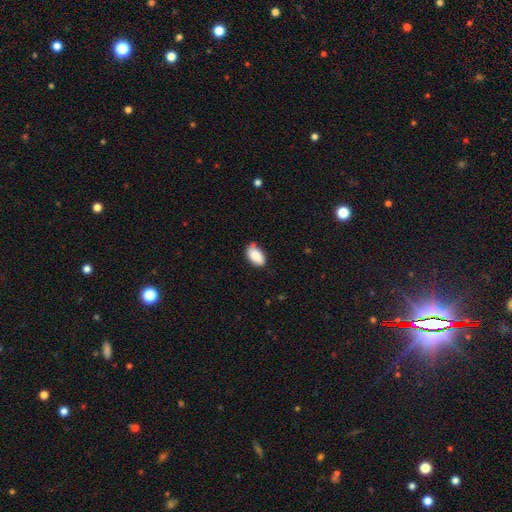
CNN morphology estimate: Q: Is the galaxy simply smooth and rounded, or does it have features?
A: smooth — 86%.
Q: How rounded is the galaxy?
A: in between — 94%.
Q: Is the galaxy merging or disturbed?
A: none — 71%.